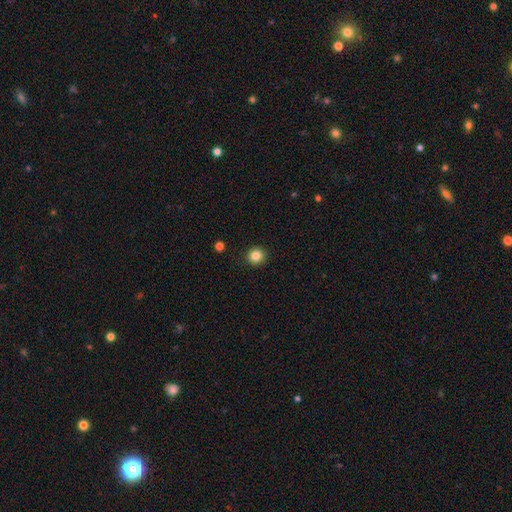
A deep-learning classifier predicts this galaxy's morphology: Smooth or featured?
  - smooth: 84% *
  - star or artifact: 11%
  - featured or disk: 5%
How rounded?
  - round: 92% *
  - in between: 7%
  - cigar-shaped: 1%
Merging?
  - none: 92% *
  - minor disturbance: 5%
  - major disturbance: 2%
  - merger: 1%